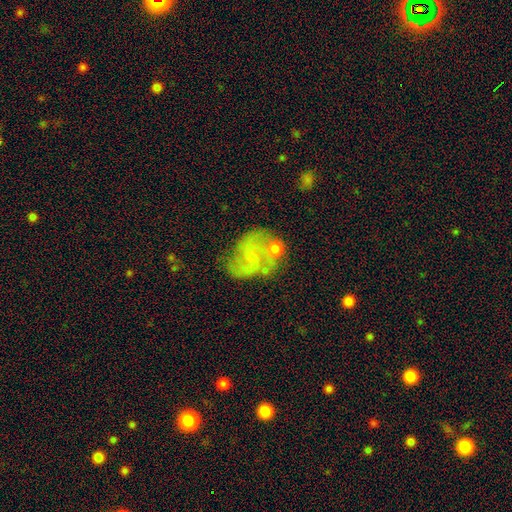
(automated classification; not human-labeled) Smooth or featured? featured or disk (67%)
Edge-on disk? no (98%)
Bar? no (53%)
Spiral arms? yes (81%)
Spiral winding? loose (43%)
Spiral arm count? 2 (69%)
Bulge size? small (57%)
Merging? none (49%)